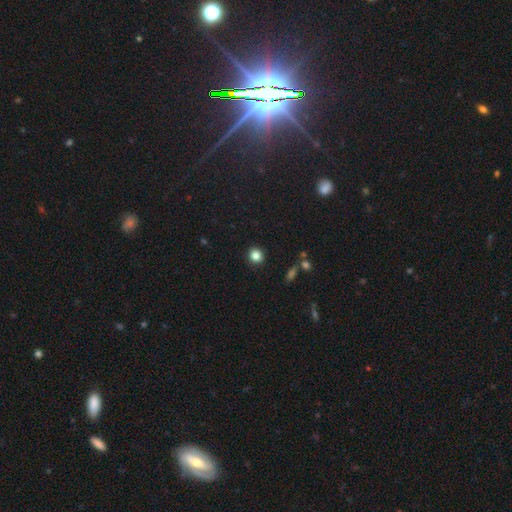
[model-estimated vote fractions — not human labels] The model was most divided on "smooth or featured": smooth: 85%, star or artifact: 11%, featured or disk: 5%. More confident: merging — none (91%); how rounded — round (89%).